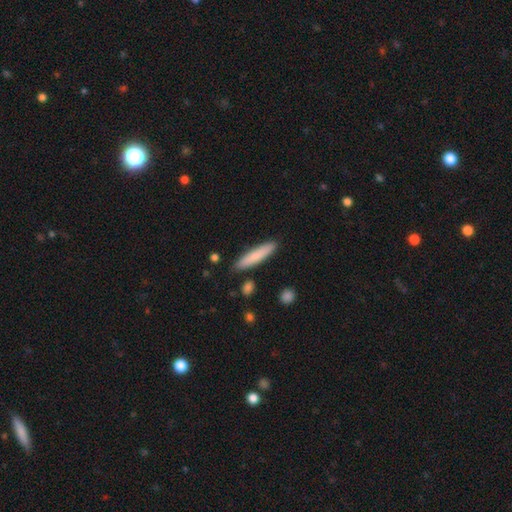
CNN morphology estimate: type=smooth (80%); roundness=cigar-shaped (88%); merging=none (88%).